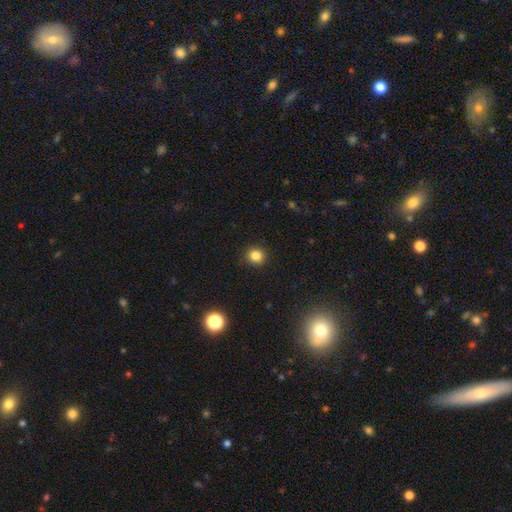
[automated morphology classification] smooth-or-featured: smooth: 83% | star or artifact: 13% | featured or disk: 5%
  how-rounded: round: 91% | in between: 8% | cigar-shaped: 1%
  merging: none: 91% | minor disturbance: 6% | major disturbance: 2% | merger: 1%